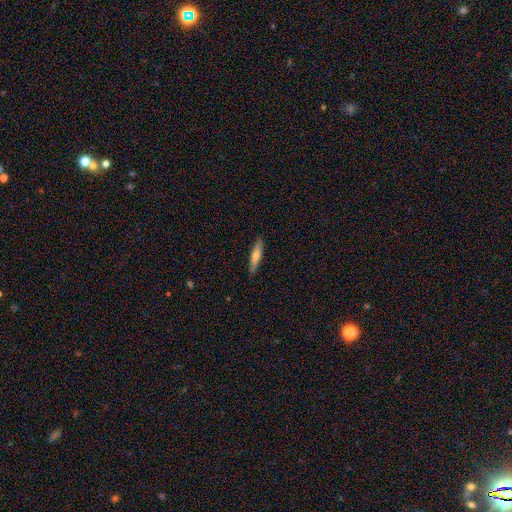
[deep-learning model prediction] Morphology: type=smooth (62%); roundness=cigar-shaped (84%); merging=none (87%).